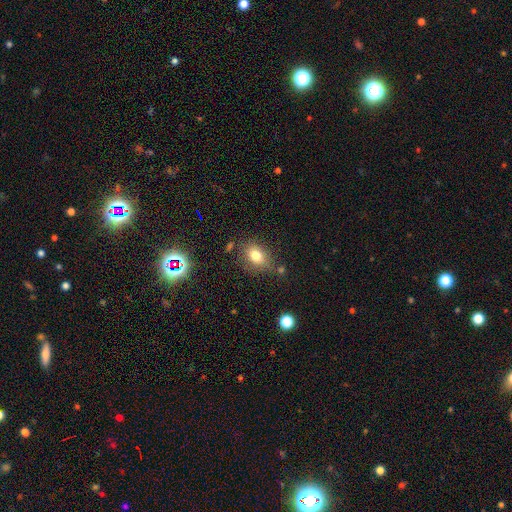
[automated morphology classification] type=smooth (78%); roundness=in between (71%); merging=none (72%).